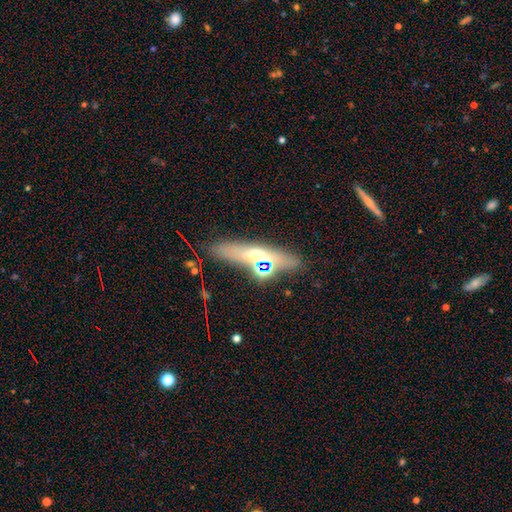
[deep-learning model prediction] Smooth or featured? featured or disk (45%)
Merging? none (80%)